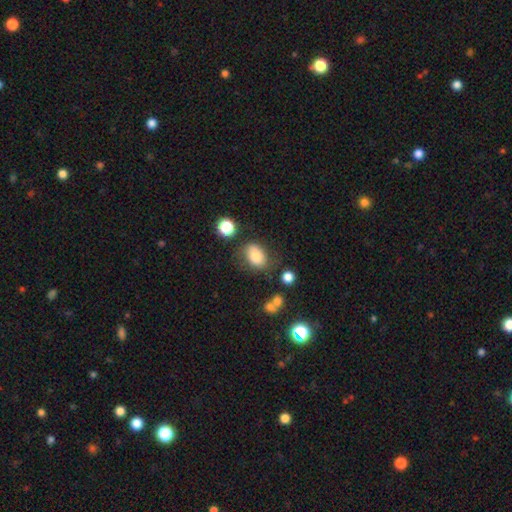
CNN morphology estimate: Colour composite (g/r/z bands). It shows a smooth galaxy with no disk features (75%) that is in between round and cigar-shaped (72%). Merging: none (64%).